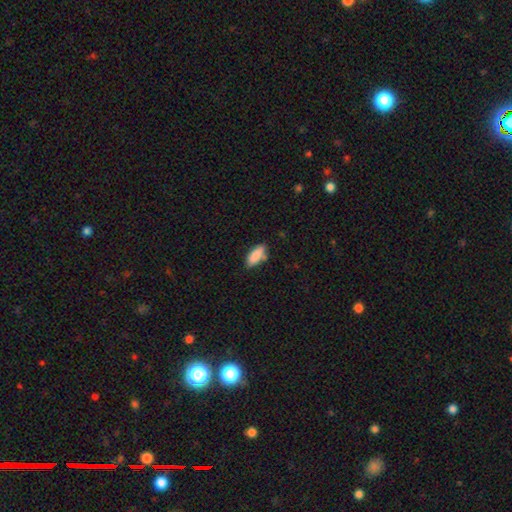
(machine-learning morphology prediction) Smooth or featured? Predicted: smooth (p=0.86). How rounded? Predicted: in between (p=0.77). Merging? Predicted: none (p=0.72).